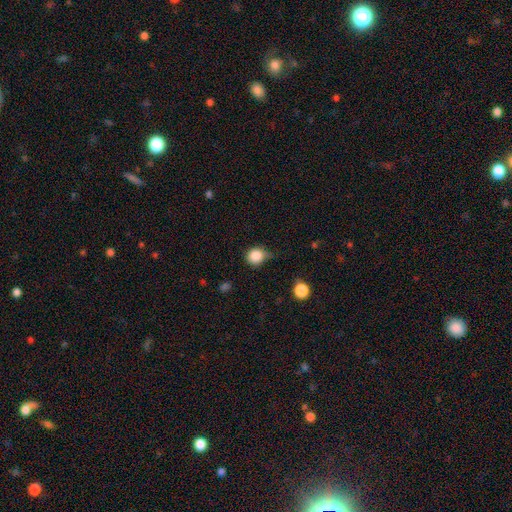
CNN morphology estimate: A smooth galaxy with no disk features (85%) that is round (83%). Merging: none (51%).